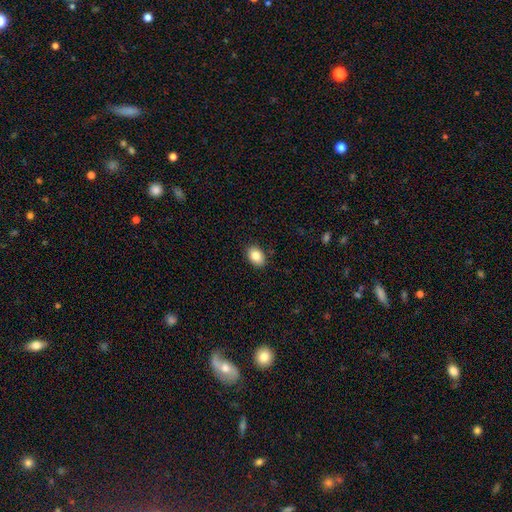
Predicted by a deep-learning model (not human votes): smooth 85%, star or artifact 8%, featured or disk 7%. Down the decision tree: how rounded — in between (80%); merging — none (88%).